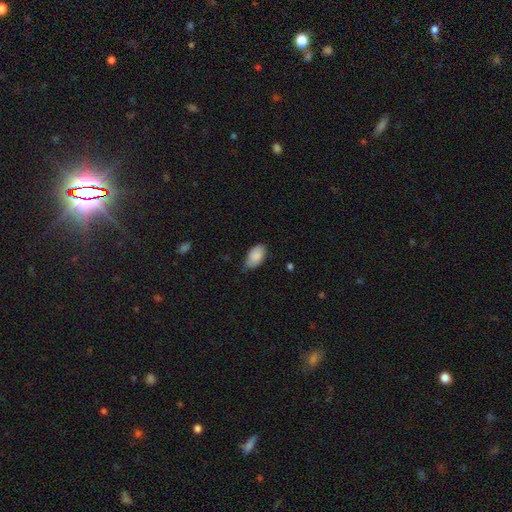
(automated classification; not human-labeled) Morphology: type=smooth (89%); roundness=in between (94%); merging=none (66%).